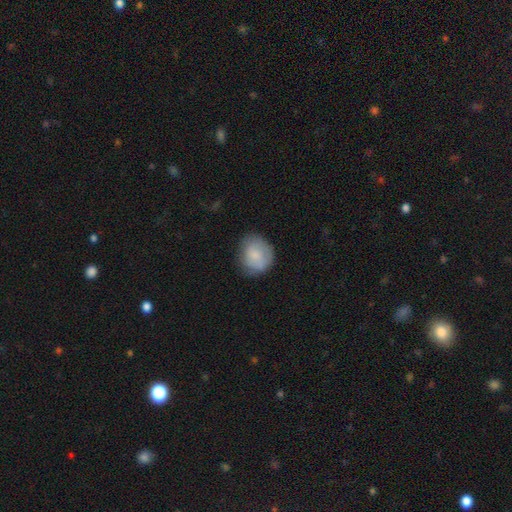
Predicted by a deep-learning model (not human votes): Smooth or featured? Predicted: smooth (p=0.79). How rounded? Predicted: round (p=0.74). Merging? Predicted: none (p=0.71).